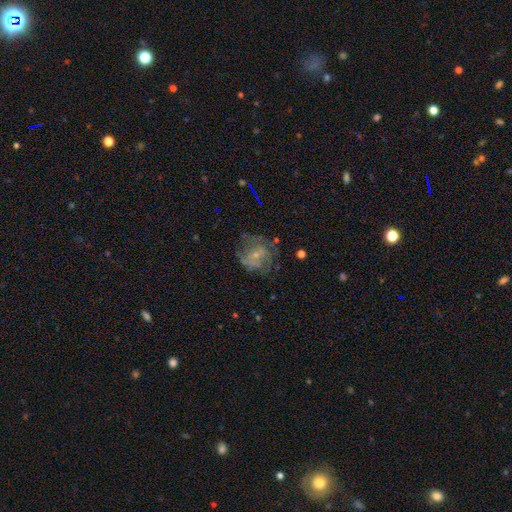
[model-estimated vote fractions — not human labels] This is likely a featured or disk galaxy (61%). It is clearly not viewed edge-on (97%). Bar: likely no (69%). Spiral arm pattern: possibly yes (56%). Central bulge: likely small (71%). Merging: possibly none (53%).